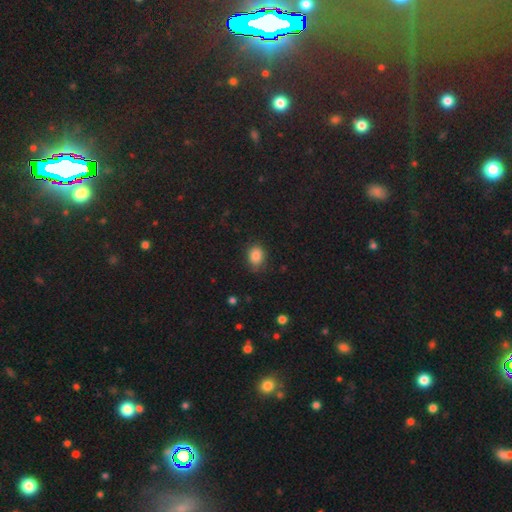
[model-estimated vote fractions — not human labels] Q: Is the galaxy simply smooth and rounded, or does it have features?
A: smooth — 85%.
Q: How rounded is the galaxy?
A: in between — 58%.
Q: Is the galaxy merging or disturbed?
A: none — 79%.